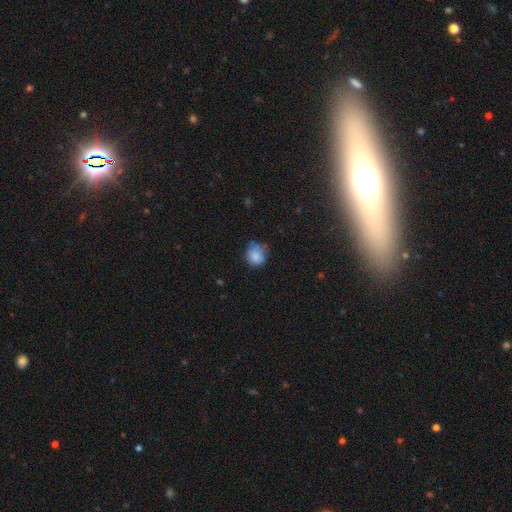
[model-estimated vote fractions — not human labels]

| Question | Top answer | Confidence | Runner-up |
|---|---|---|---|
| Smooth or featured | smooth | 80% | featured or disk (10%) |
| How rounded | round | 80% | in between (19%) |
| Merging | none | 56% | minor disturbance (31%) |